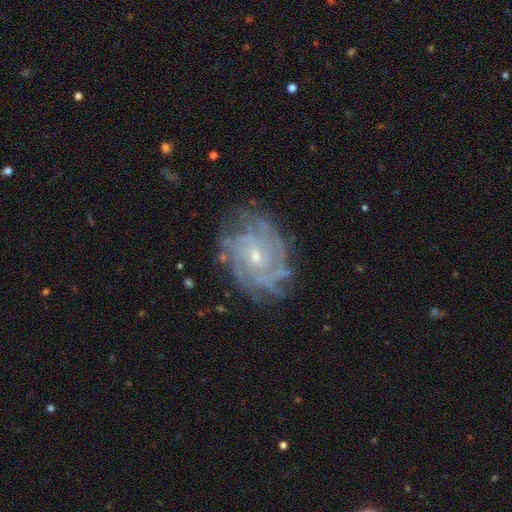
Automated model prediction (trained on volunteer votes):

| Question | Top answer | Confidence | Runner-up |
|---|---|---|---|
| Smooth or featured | featured or disk | 86% | star or artifact (7%) |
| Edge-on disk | no | 97% | yes (3%) |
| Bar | no | 67% | weak (27%) |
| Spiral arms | yes | 95% | no (5%) |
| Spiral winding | tight | 69% | medium (26%) |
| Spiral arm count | can't tell | 36% | 4 (21%) |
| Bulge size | small | 68% | moderate (29%) |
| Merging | none | 73% | minor disturbance (18%) |